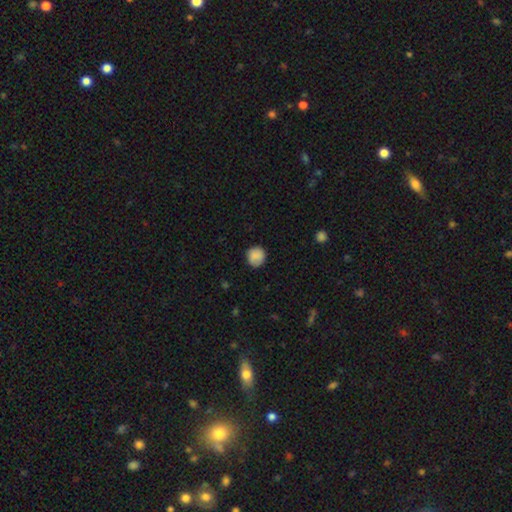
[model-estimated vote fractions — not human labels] A smooth galaxy with no disk features (87%) that is round (91%).

Vote fractions:
- Smooth or featured? smooth: 87% / star or artifact: 8% / featured or disk: 5%
- How rounded? round: 91% / in between: 8% / cigar-shaped: 1%
- Merging? none: 84% / minor disturbance: 13% / major disturbance: 3% / merger: 1%